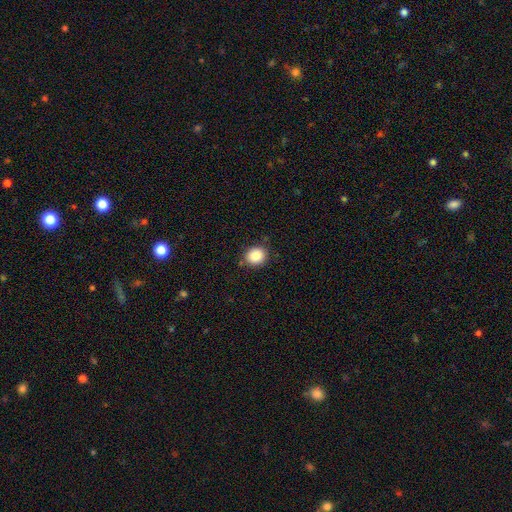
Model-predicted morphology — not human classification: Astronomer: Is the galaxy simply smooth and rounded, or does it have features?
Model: smooth — 88%.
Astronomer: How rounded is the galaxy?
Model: round — 77%.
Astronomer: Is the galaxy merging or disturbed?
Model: none — 84%.